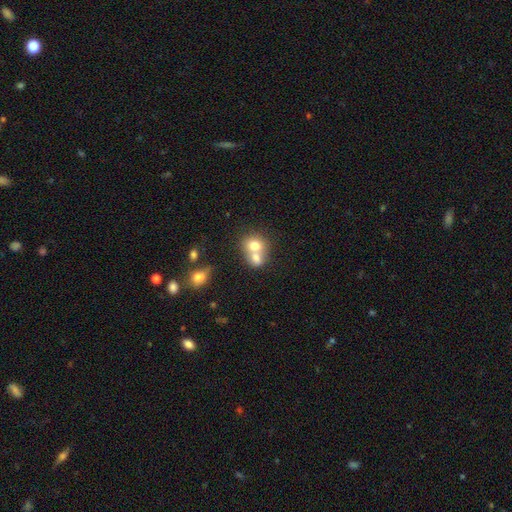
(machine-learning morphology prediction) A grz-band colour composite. It shows a smooth galaxy with no disk features (67%) that is round (67%). Merging: merger (66%).